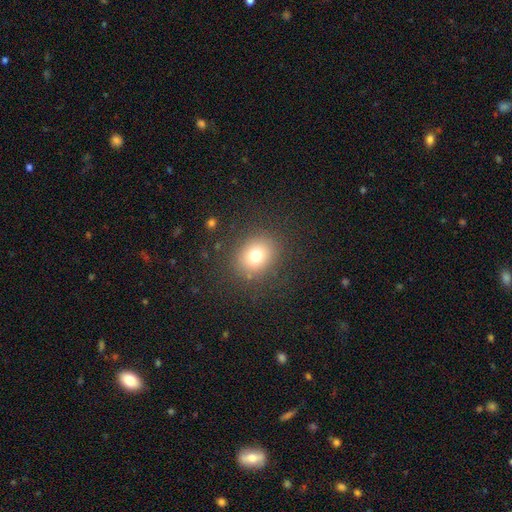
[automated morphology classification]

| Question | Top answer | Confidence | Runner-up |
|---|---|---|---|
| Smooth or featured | smooth | 74% | star or artifact (14%) |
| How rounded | round | 67% | in between (32%) |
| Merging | none | 84% | minor disturbance (9%) |